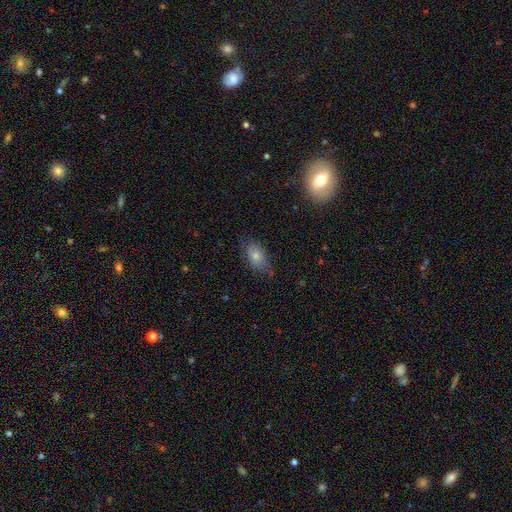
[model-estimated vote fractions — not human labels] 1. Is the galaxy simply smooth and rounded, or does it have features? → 67% smooth, 19% featured or disk, 13% star or artifact.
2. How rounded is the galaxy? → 83% in between, 13% round, 4% cigar-shaped.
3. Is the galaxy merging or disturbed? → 74% none, 20% minor disturbance, 5% major disturbance, 2% merger.